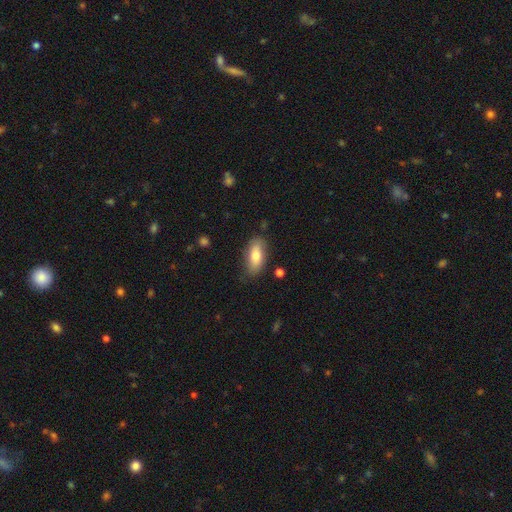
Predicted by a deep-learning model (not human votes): smooth 77%, featured or disk 17%, star or artifact 6%. Down the decision tree: how rounded — in between (86%); merging — none (81%).